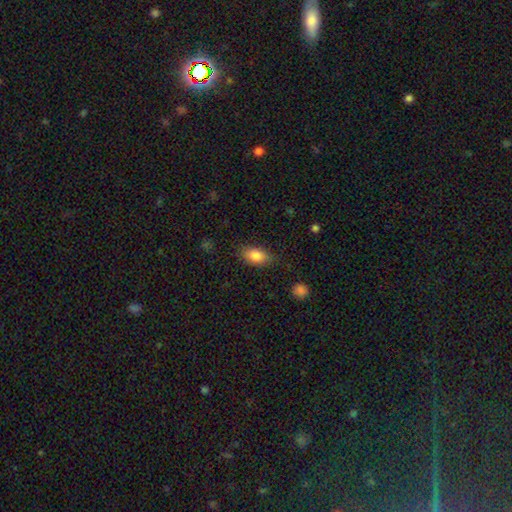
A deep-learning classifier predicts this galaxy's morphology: A smooth galaxy with no disk features (84%) that is in between round and cigar-shaped (90%).

Vote fractions:
- Smooth or featured? smooth: 84% / featured or disk: 8% / star or artifact: 8%
- How rounded? in between: 90% / round: 7% / cigar-shaped: 4%
- Merging? none: 79% / minor disturbance: 16% / major disturbance: 4% / merger: 1%